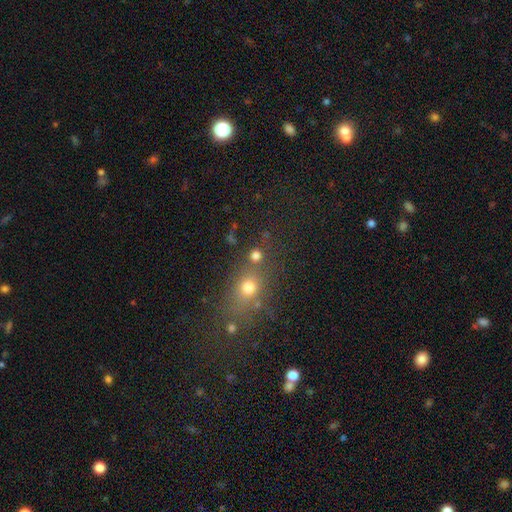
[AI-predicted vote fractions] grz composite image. It shows a smooth galaxy with no disk features (73%) that is round (86%). Merging: none (66%).